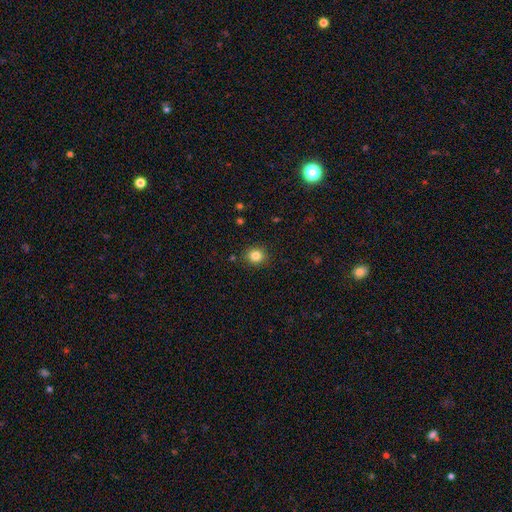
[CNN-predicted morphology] The model was most divided on "how rounded": round: 85%, in between: 14%, cigar-shaped: 1%. More confident: merging — none (89%); smooth or featured — smooth (83%).